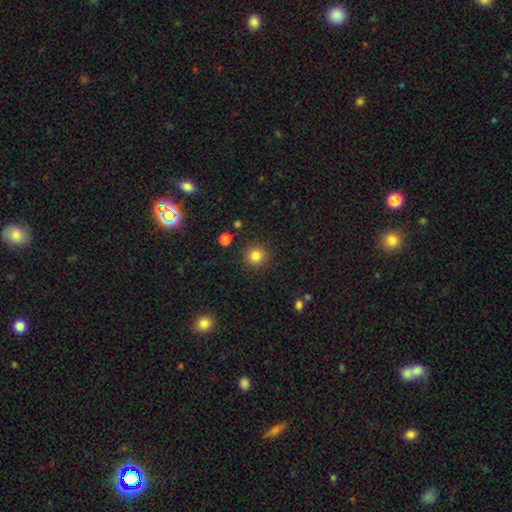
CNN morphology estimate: This appears to be a smooth galaxy with no disk features (83%) that is round (94%). Merging: none (90%).